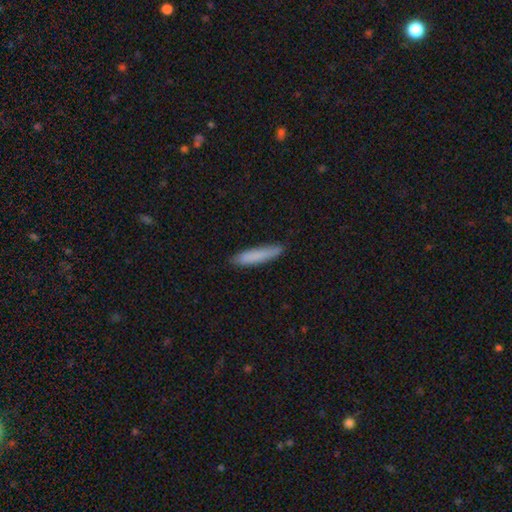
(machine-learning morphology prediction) A smooth galaxy with no disk features (83%) that is cigar-shaped (89%). Merging: none (84%).